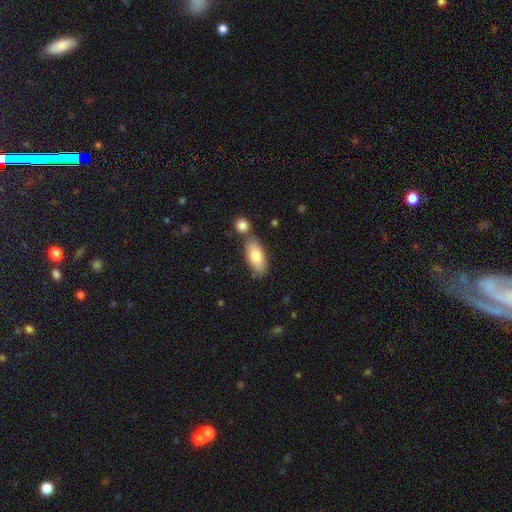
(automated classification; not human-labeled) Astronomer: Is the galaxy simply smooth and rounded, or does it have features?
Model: smooth — 79%.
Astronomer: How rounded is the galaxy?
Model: in between — 85%.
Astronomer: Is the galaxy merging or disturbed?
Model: none — 63%.